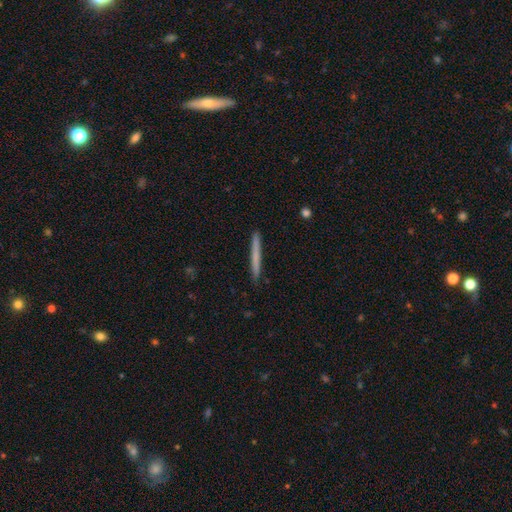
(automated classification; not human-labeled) This is likely a smooth galaxy (66%). How rounded: clearly cigar-shaped (97%). Merging: clearly none (92%).